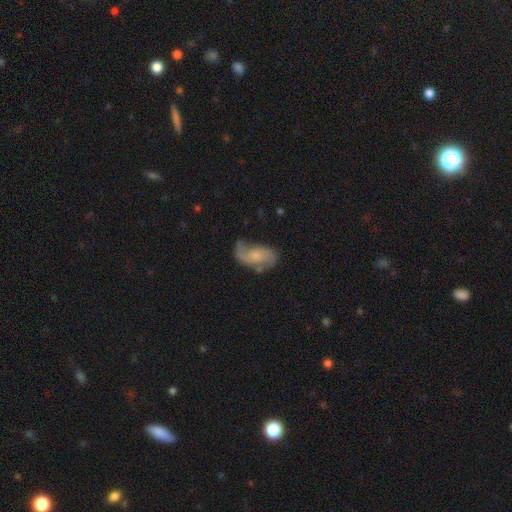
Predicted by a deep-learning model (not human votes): Morphology: type=featured or disk (72%); edge-on=no (96%); bar=no (63%); spiral arms=yes (92%); winding=loose (53%); arm count=2 (84%); bulge=small (54%); merging=none (60%).